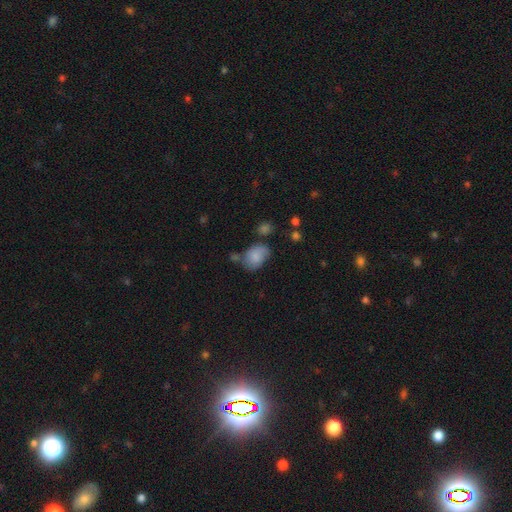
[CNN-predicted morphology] The model was most divided on "merging": none: 48%, minor disturbance: 30%, merger: 11%, major disturbance: 11%. More confident: smooth or featured — smooth (77%); how rounded — in between (75%).